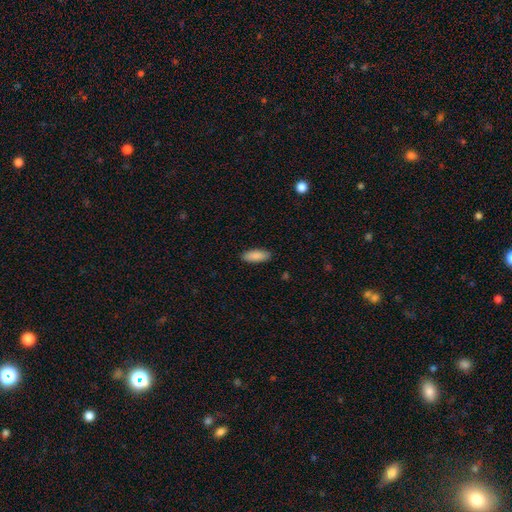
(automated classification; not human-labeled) Overall: smooth (89%). How rounded: in between (78%). Merging: none (88%).